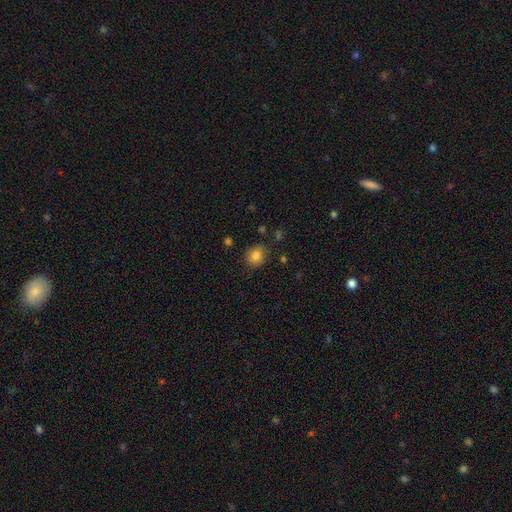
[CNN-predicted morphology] Overall: smooth (84%). How rounded: round (61%; in between 38%). Merging: none (81%).